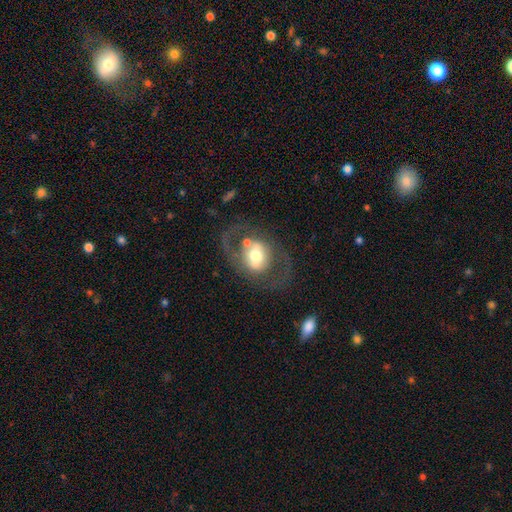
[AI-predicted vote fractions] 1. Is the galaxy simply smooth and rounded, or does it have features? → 61% featured or disk, 32% smooth, 7% star or artifact.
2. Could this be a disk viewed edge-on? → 94% no, 6% yes.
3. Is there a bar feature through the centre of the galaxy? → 52% no, 28% weak, 19% strong.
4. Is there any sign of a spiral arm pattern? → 56% no, 44% yes.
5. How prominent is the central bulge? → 60% moderate, 25% large, 10% small, 4% dominant, 1% none.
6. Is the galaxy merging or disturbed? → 61% none, 18% major disturbance, 15% minor disturbance, 6% merger.